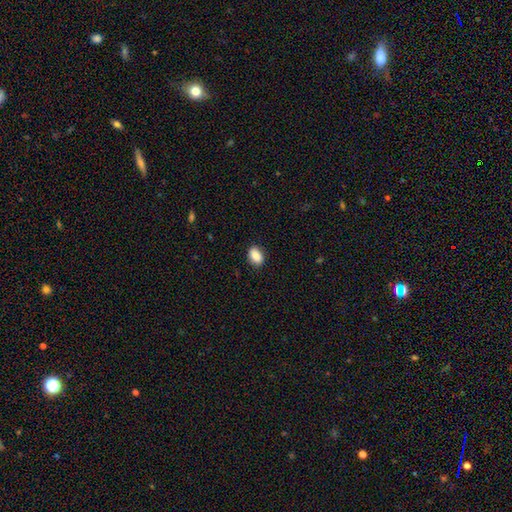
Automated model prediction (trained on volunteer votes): Smooth or featured? smooth (88%)
How rounded? in between (83%)
Merging? none (88%)